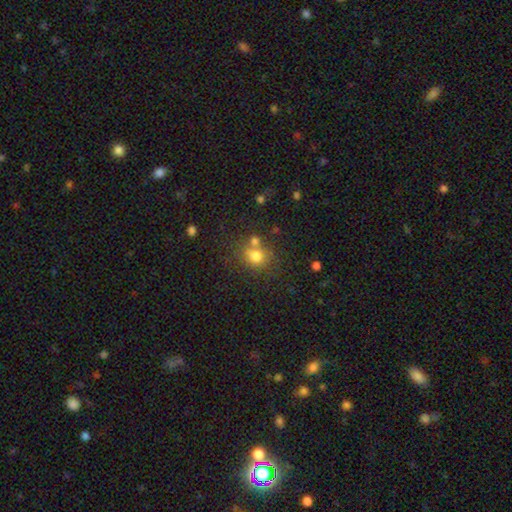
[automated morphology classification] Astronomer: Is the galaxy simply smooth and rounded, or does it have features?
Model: smooth — 76%.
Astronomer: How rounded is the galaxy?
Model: round — 75%.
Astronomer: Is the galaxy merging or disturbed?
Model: none — 58%.